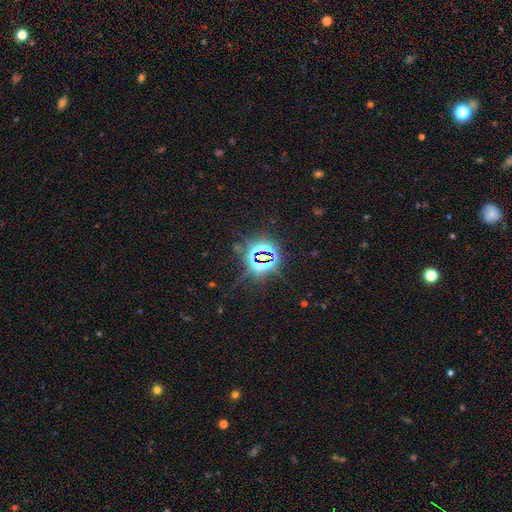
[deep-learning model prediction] The model was most divided on "smooth or featured": star or artifact: 83%, smooth: 10%, featured or disk: 7%.